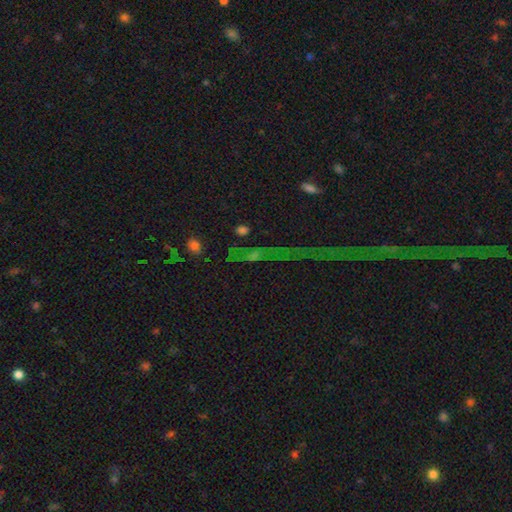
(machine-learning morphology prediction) Q: Smooth or featured?
A: star or artifact (80%); runner-up: featured or disk (10%)